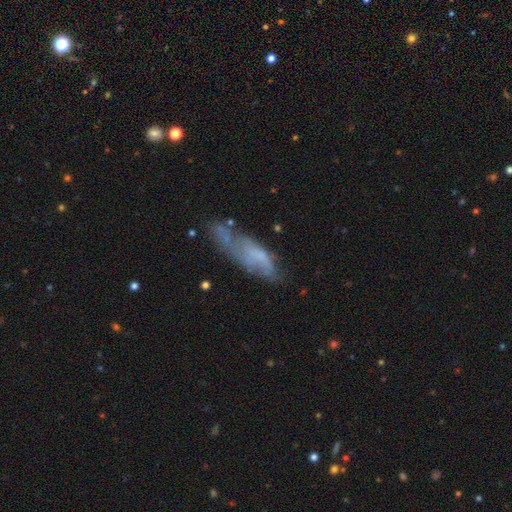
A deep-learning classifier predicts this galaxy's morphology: Q: Smooth or featured?
A: featured or disk (47%); runner-up: smooth (44%)
Q: Merging?
A: none (41%); runner-up: minor disturbance (29%)